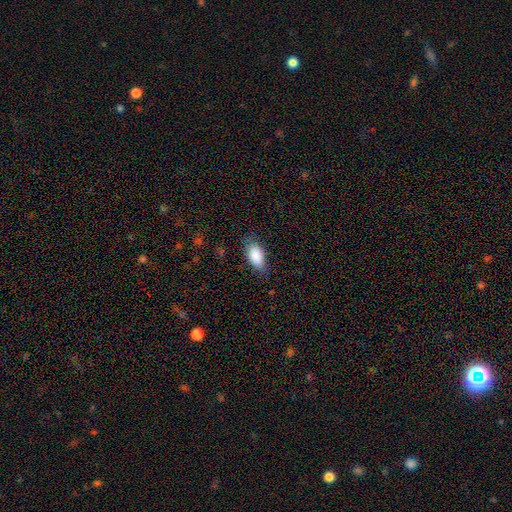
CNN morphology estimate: Smooth or featured? smooth (88%)
How rounded? in between (93%)
Merging? none (74%)